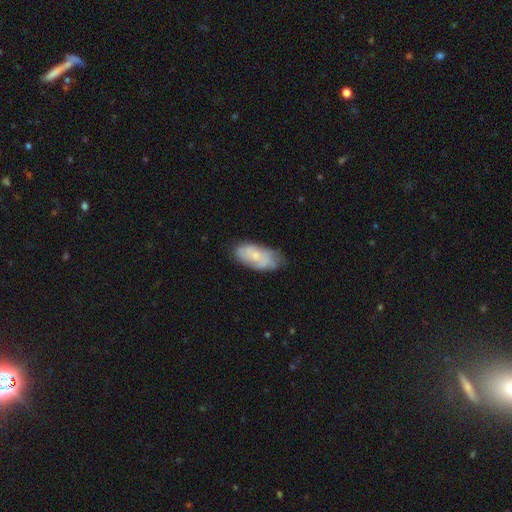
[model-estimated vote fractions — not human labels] smooth_or_featured: smooth (p=0.50) [alt: featured or disk p=0.43]
merging: none (p=0.58) [alt: minor disturbance p=0.31]